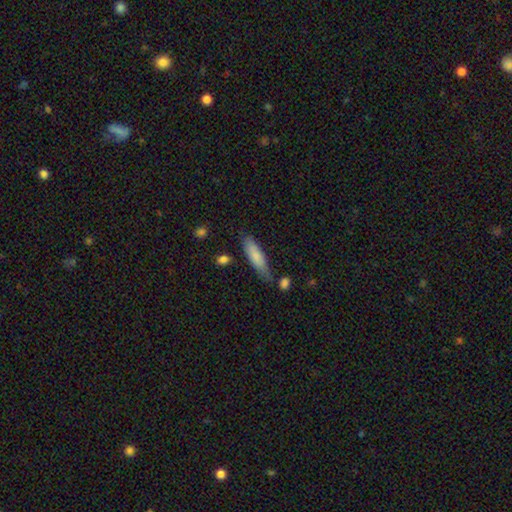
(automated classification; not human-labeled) smooth-or-featured: smooth: 78% | featured or disk: 16% | star or artifact: 6%
  how-rounded: cigar-shaped: 66% | in between: 33% | round: 2%
  merging: none: 66% | minor disturbance: 23% | merger: 6% | major disturbance: 5%